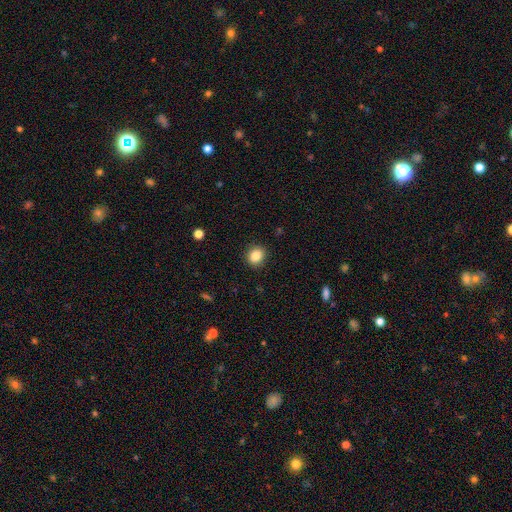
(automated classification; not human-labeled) This is clearly a smooth galaxy (86%). How rounded: possibly round (59%). Merging: clearly none (89%).